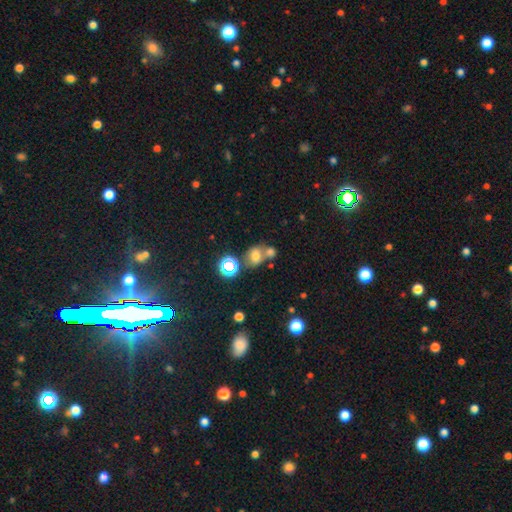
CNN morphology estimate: smooth_or_featured: smooth (p=0.60) [alt: star or artifact p=0.25]
how_rounded: in between (p=0.56) [alt: round p=0.42]
merging: merger (p=0.43) [alt: none p=0.40]